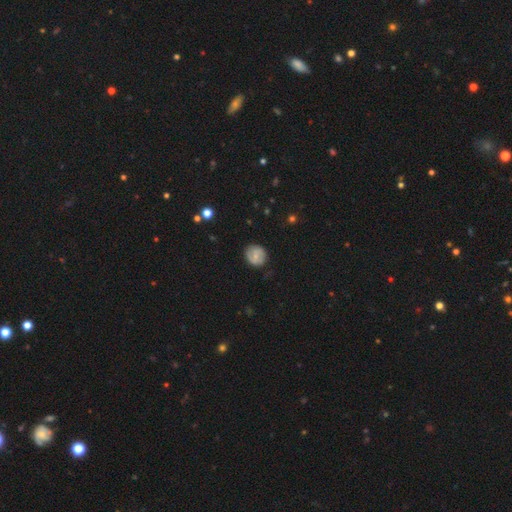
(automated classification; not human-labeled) Smooth or featured? Predicted: smooth (p=0.49). Merging? Predicted: none (p=0.79).